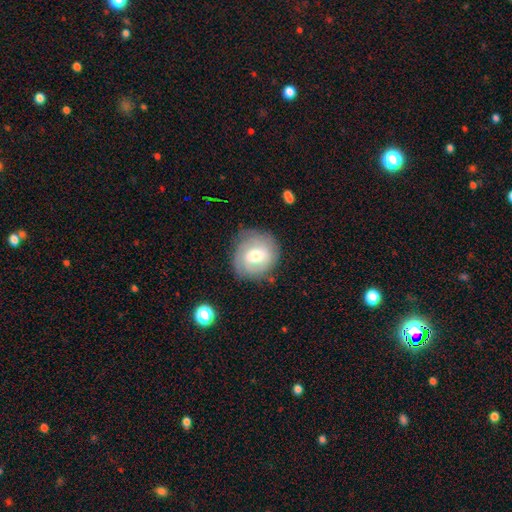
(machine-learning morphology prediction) featured or disk 55%, smooth 37%, star or artifact 8%. Down the decision tree: edge-on disk — no (96%); bar — weak (51%); spiral arms — yes (76%); bulge size — moderate (68%); merging — none (76%).